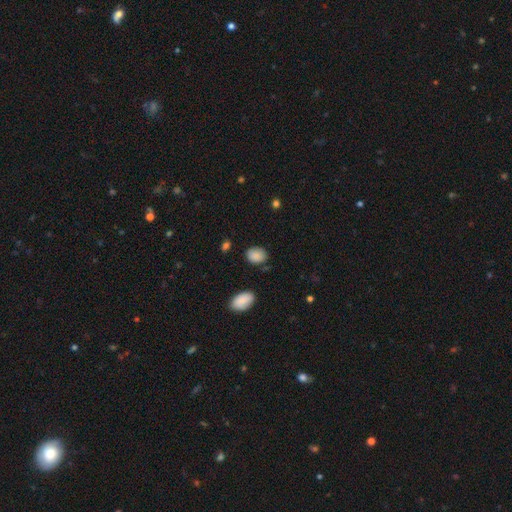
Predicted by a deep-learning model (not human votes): Smooth or featured?
  - smooth: 88% *
  - star or artifact: 8%
  - featured or disk: 4%
How rounded?
  - in between: 72% *
  - round: 27%
  - cigar-shaped: 1%
Merging?
  - none: 80% *
  - minor disturbance: 14%
  - major disturbance: 3%
  - merger: 3%